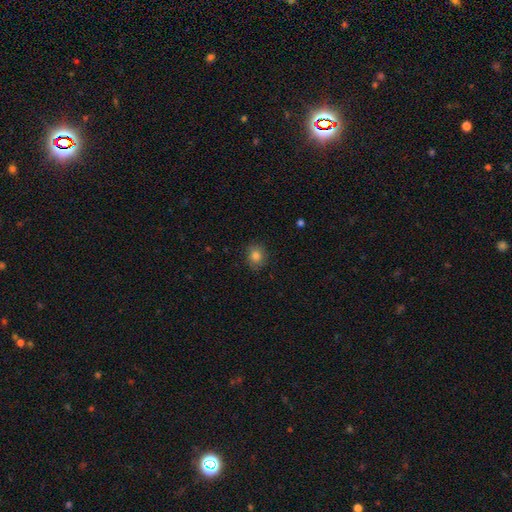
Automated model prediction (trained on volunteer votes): Overall: smooth (84%). How rounded: round (75%). Merging: none (85%).